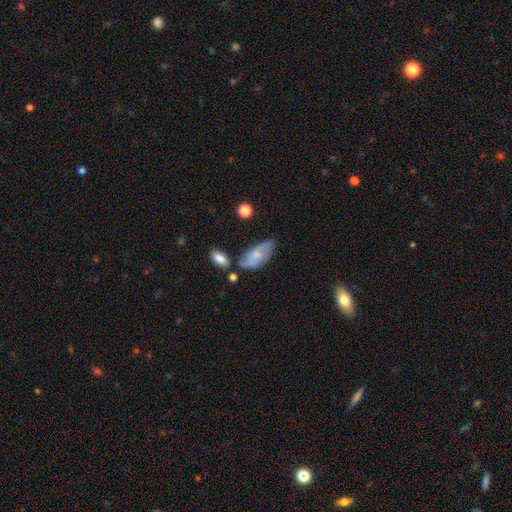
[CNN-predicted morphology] A smooth galaxy with no disk features (51%) that is in between round and cigar-shaped (88%). Merging: none (56%).